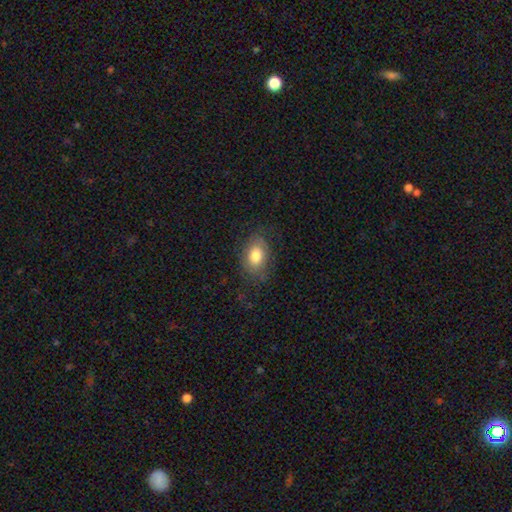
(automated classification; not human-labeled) Smooth or featured? smooth (74%)
How rounded? in between (84%)
Merging? none (72%)